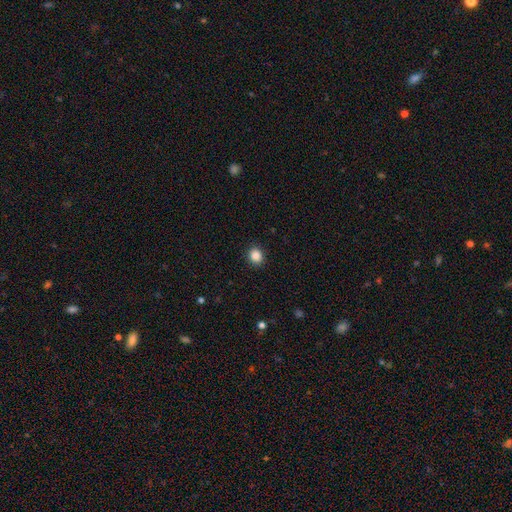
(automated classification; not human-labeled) Overall: smooth (87%). How rounded: round (71%). Merging: none (90%).